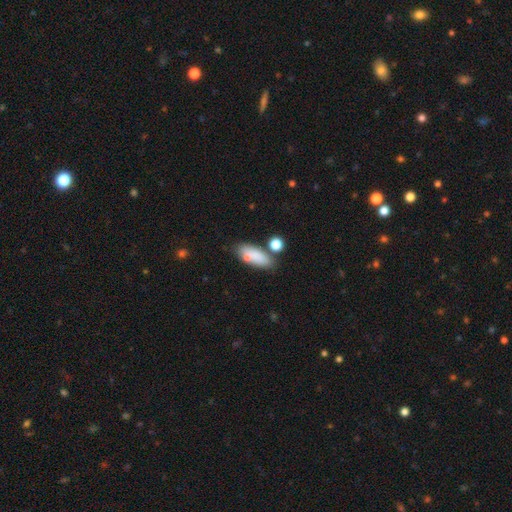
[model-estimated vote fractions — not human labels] Overall: smooth (79%). How rounded: in between (77%). Merging: none (61%).